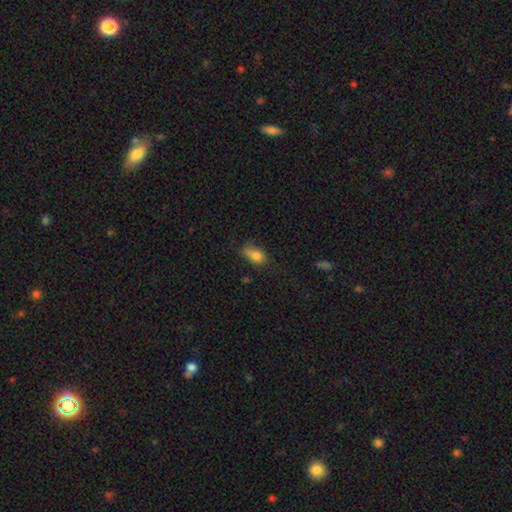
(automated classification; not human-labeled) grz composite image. It shows a smooth galaxy with no disk features (80%) that is in between round and cigar-shaped (85%). Merging: none (48%).